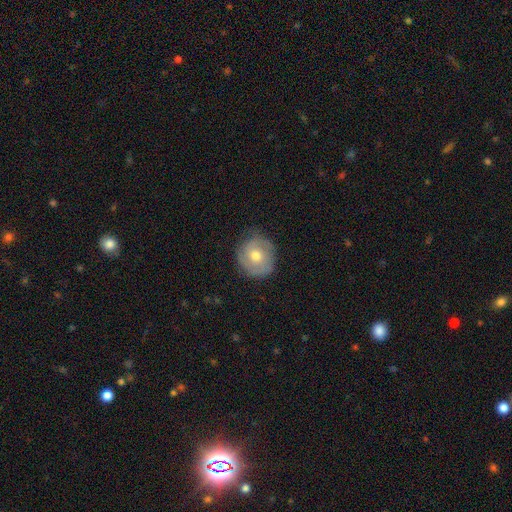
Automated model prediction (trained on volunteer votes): A featured or disk galaxy (49%). Merging: none (76%).